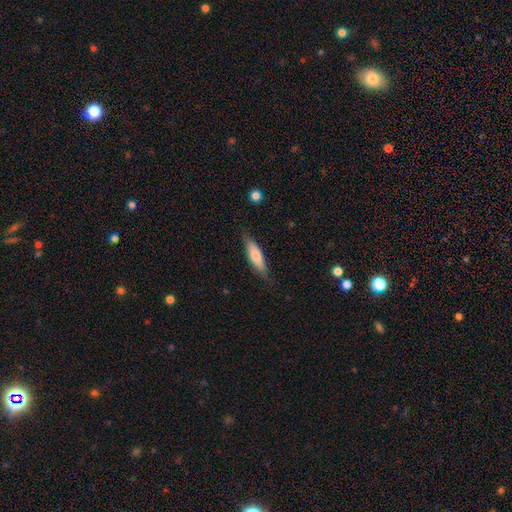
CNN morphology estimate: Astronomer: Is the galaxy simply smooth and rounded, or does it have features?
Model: smooth — 69%.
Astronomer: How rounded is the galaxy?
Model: cigar-shaped — 68%.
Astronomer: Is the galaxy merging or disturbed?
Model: none — 82%.